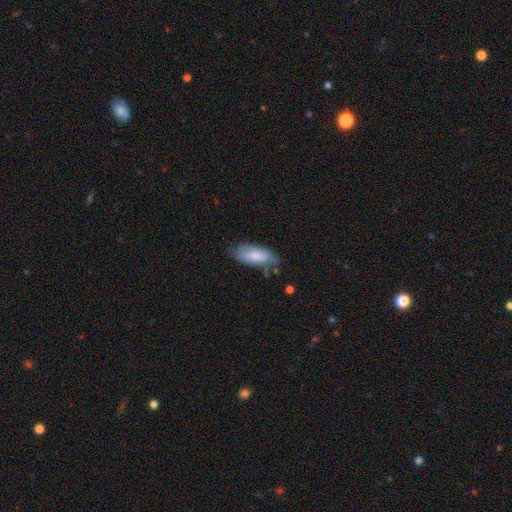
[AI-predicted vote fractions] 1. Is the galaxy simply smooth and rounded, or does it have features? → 80% smooth, 14% featured or disk, 6% star or artifact.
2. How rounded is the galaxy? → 81% in between, 18% cigar-shaped, 2% round.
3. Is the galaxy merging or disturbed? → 68% none, 25% minor disturbance, 5% major disturbance, 2% merger.